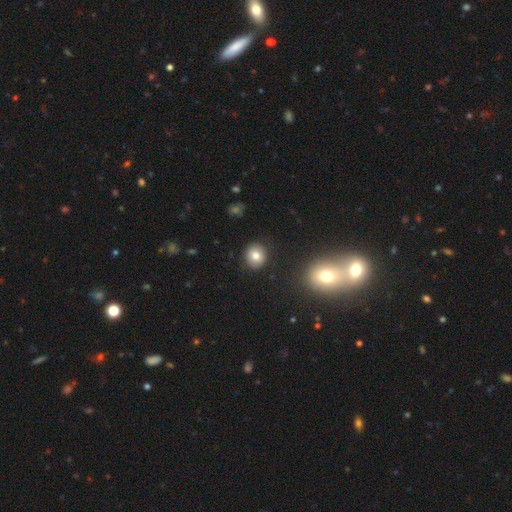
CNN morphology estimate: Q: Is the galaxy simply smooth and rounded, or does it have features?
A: smooth — 79%.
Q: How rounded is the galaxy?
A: round — 83%.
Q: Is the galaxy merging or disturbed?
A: none — 89%.